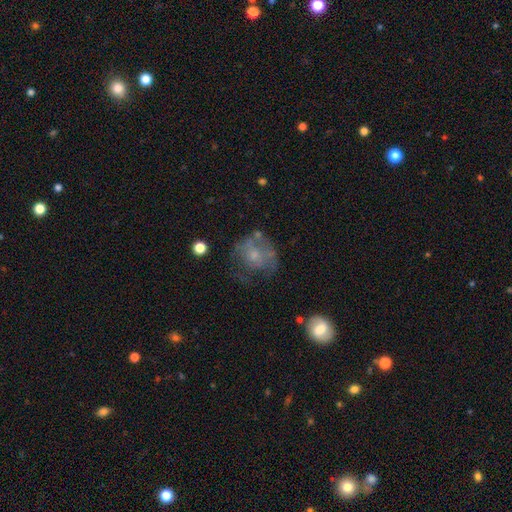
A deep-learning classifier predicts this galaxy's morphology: Q: Smooth or featured?
A: featured or disk (45%); runner-up: smooth (43%)
Q: Merging?
A: none (43%); runner-up: major disturbance (28%)